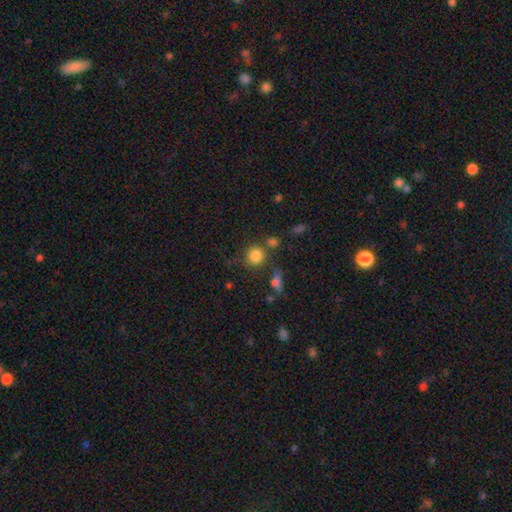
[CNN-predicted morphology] type=smooth (82%); roundness=round (88%); merging=none (70%).